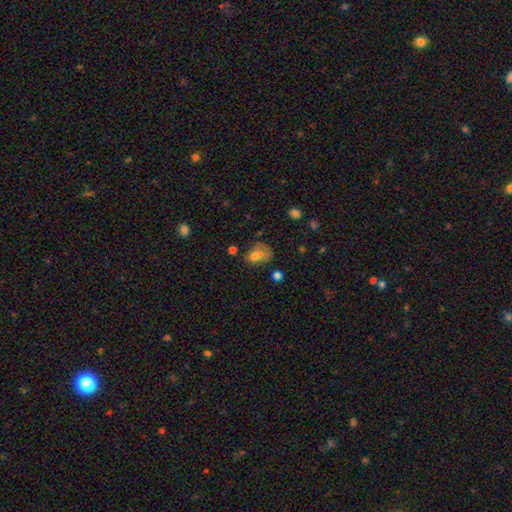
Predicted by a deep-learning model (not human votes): Smooth or featured? Predicted: smooth (p=0.59). How rounded? Predicted: in between (p=0.62). Merging? Predicted: none (p=0.32).